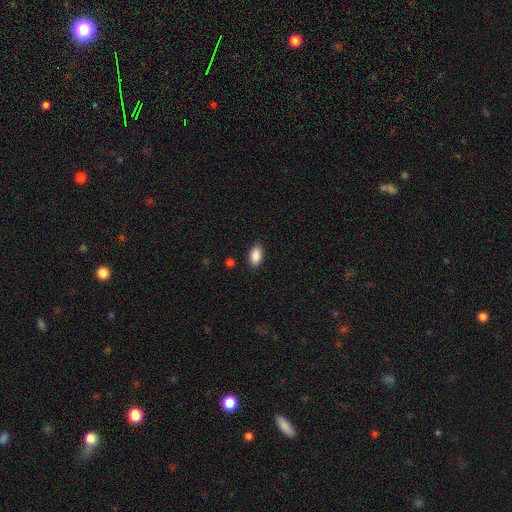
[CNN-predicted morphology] The model was most divided on "merging": none: 87%, minor disturbance: 10%, major disturbance: 2%, merger: 1%. More confident: how rounded — in between (93%); smooth or featured — smooth (90%).